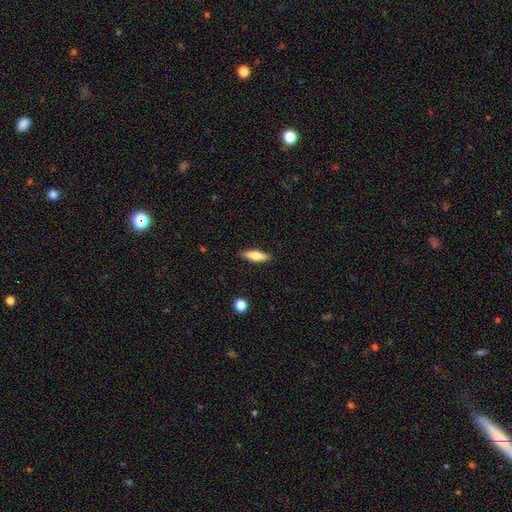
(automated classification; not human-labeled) Smooth or featured?
  - smooth: 68% *
  - featured or disk: 26%
  - star or artifact: 6%
How rounded?
  - cigar-shaped: 55% *
  - in between: 43%
  - round: 2%
Merging?
  - none: 88% *
  - minor disturbance: 9%
  - major disturbance: 2%
  - merger: 1%